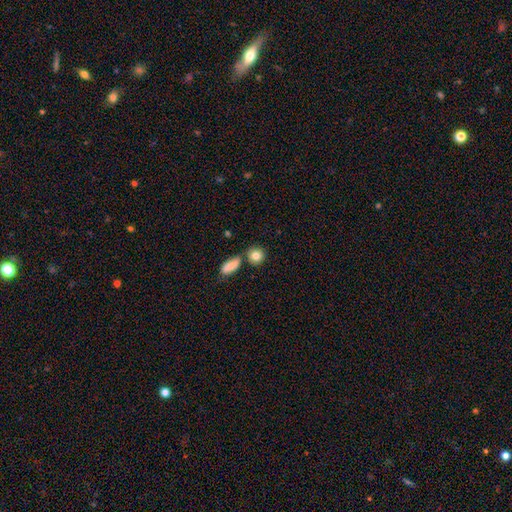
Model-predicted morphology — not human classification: type=smooth (84%); roundness=round (83%); merging=none (70%).